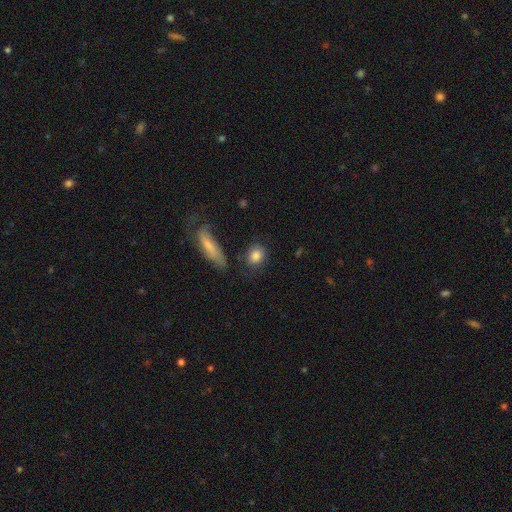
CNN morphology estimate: This appears to be a smooth galaxy with no disk features (83%) that is round (52%). Merging: none (71%).